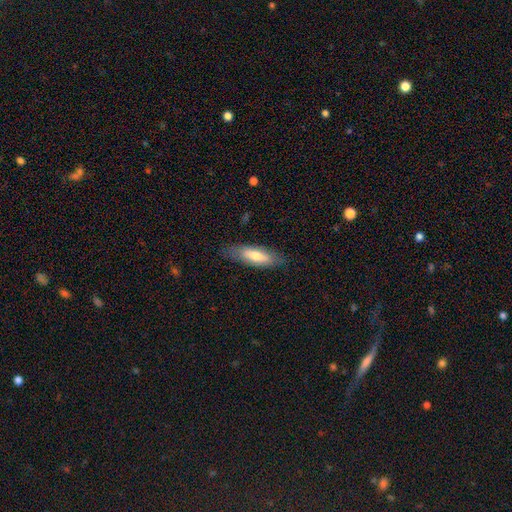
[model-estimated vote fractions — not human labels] Smooth or featured? smooth (66%)
How rounded? in between (53%)
Merging? none (81%)